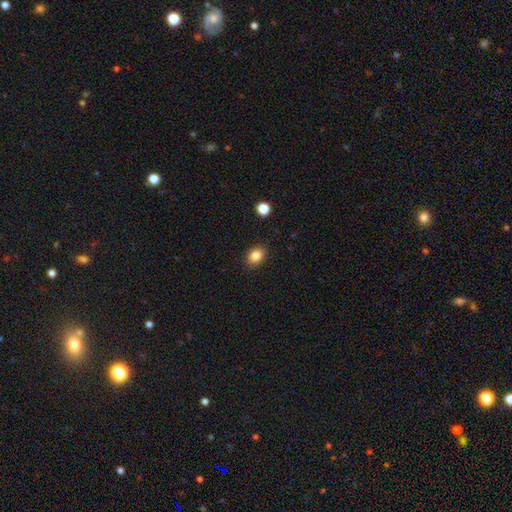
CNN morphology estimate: Smooth or featured?
  - smooth: 84% *
  - star or artifact: 10%
  - featured or disk: 6%
How rounded?
  - in between: 64% *
  - round: 35%
  - cigar-shaped: 1%
Merging?
  - none: 89% *
  - minor disturbance: 8%
  - major disturbance: 2%
  - merger: 1%